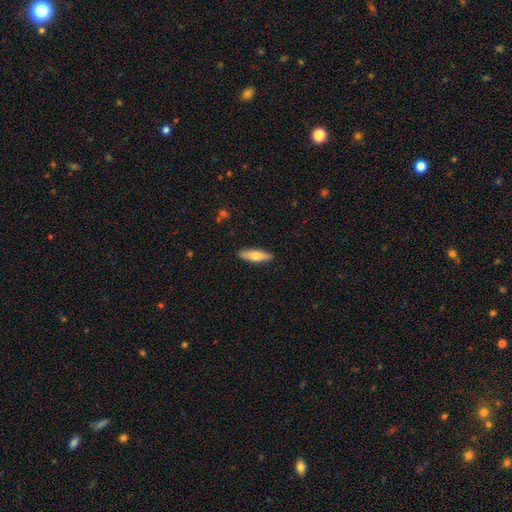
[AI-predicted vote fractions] Smooth or featured?
  - smooth: 66% *
  - featured or disk: 29%
  - star or artifact: 6%
How rounded?
  - cigar-shaped: 57% *
  - in between: 41%
  - round: 2%
Merging?
  - none: 89% *
  - minor disturbance: 8%
  - major disturbance: 2%
  - merger: 1%